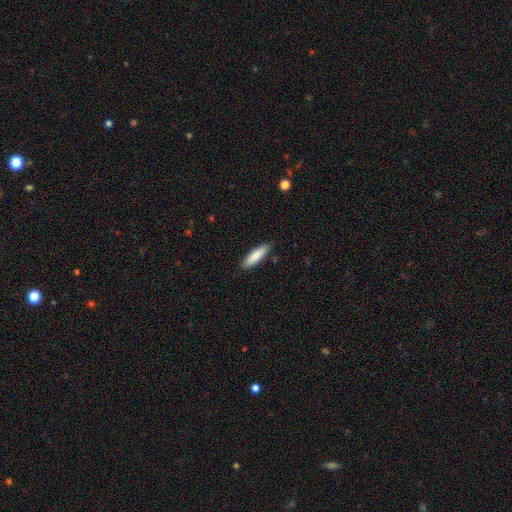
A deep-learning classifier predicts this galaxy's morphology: smooth 83%, featured or disk 11%, star or artifact 5%. Down the decision tree: how rounded — cigar-shaped (59%); merging — none (87%).